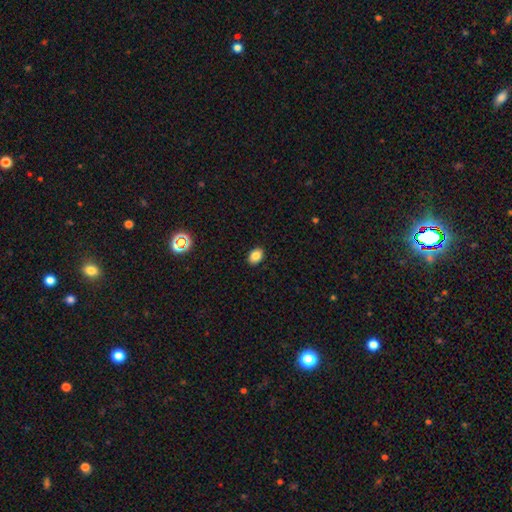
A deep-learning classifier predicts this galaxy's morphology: This is clearly a smooth galaxy (83%). How rounded: likely in between (76%). Merging: clearly none (90%).